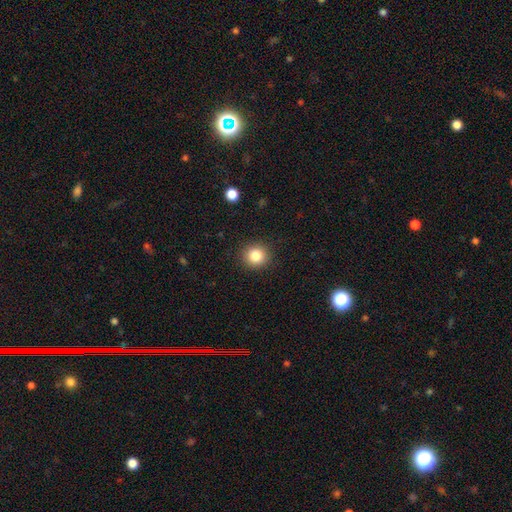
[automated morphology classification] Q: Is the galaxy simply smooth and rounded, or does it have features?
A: smooth — 84%.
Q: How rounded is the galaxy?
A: round — 90%.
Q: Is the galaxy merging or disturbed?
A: none — 91%.